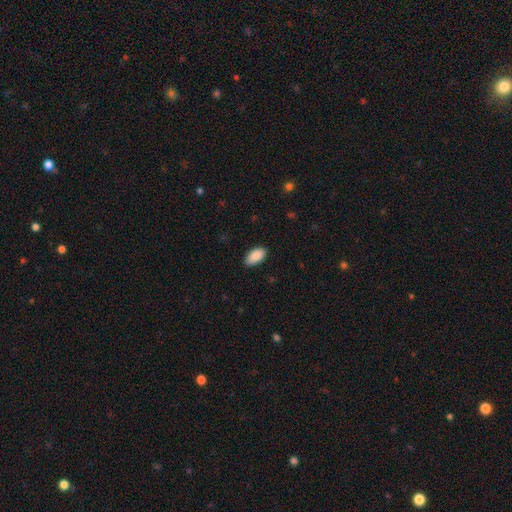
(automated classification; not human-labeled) A smooth galaxy with no disk features (90%) that is in between round and cigar-shaped (95%). Merging: none (85%).